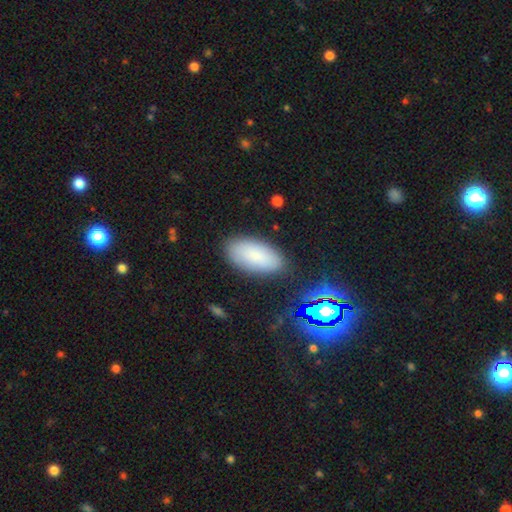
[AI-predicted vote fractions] This is likely a smooth galaxy (80%). How rounded: clearly in between (93%). Merging: clearly none (84%).